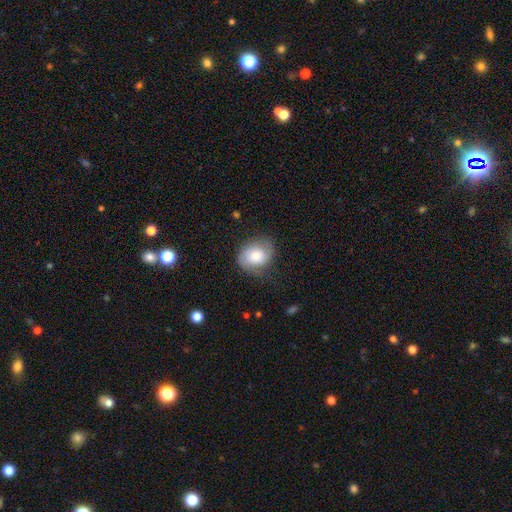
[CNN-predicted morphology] smooth 56%, featured or disk 36%, star or artifact 8%. Down the decision tree: how rounded — round (55%); merging — none (63%).